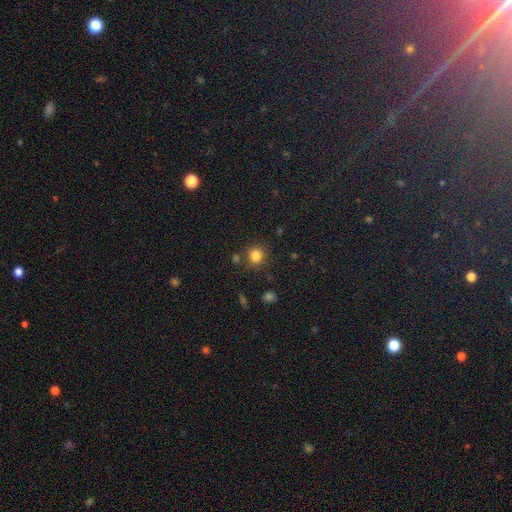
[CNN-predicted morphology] The model was most divided on "smooth or featured": smooth: 83%, star or artifact: 13%, featured or disk: 5%. More confident: how rounded — round (89%); merging — none (82%).